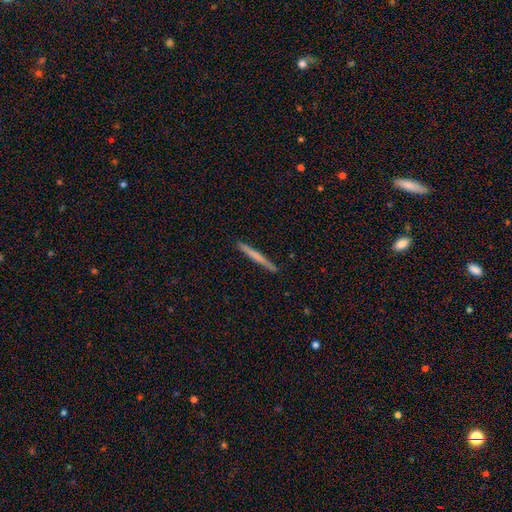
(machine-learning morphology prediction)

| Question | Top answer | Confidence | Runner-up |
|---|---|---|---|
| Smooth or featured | smooth | 57% | featured or disk (38%) |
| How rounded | cigar-shaped | 97% | in between (2%) |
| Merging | none | 92% | minor disturbance (5%) |